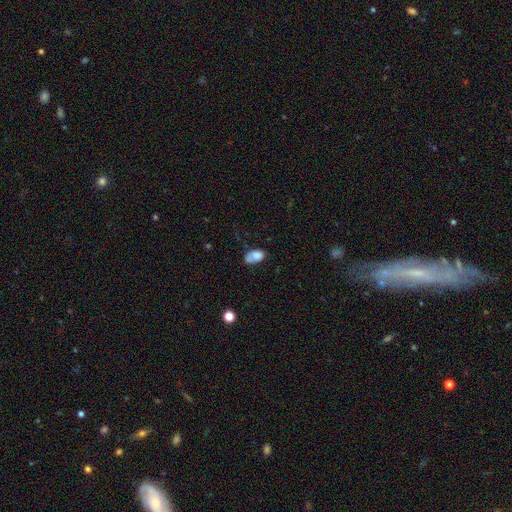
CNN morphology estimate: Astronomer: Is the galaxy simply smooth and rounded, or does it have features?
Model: smooth — 75%.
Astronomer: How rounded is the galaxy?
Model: in between — 89%.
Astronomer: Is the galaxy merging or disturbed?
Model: none — 43% (runner-up: minor disturbance, 32%).